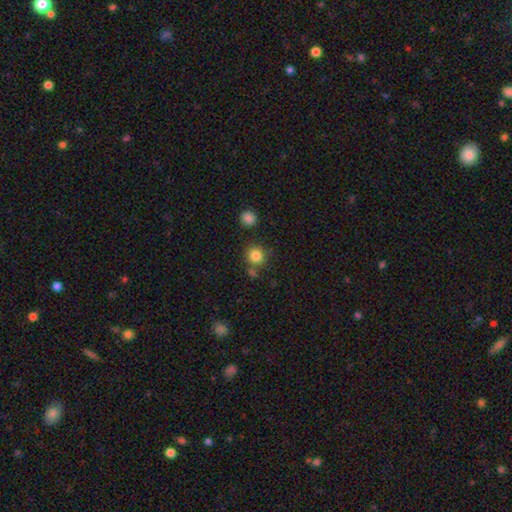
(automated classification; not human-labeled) smooth 84%, star or artifact 11%, featured or disk 5%. Down the decision tree: how rounded — round (91%); merging — none (76%).